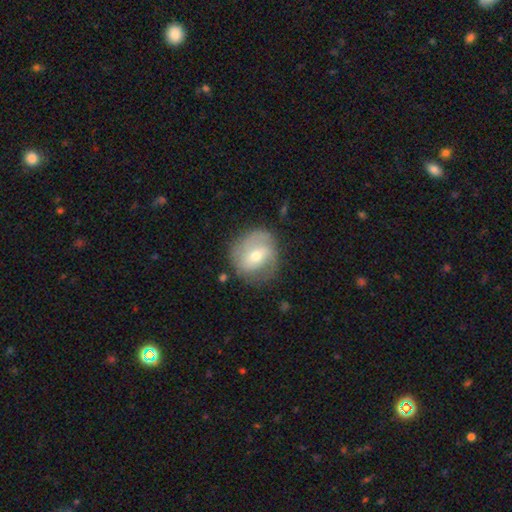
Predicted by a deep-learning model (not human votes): smooth_or_featured: featured or disk (p=0.57) [alt: smooth p=0.36]
disk_edge_on: no (p=0.96) [alt: yes p=0.04]
bar: weak (p=0.43) [alt: no p=0.40]
has_spiral_arms: yes (p=0.76) [alt: no p=0.24]
bulge_size: moderate (p=0.60) [alt: small p=0.35]
merging: none (p=0.70) [alt: minor disturbance p=0.19]